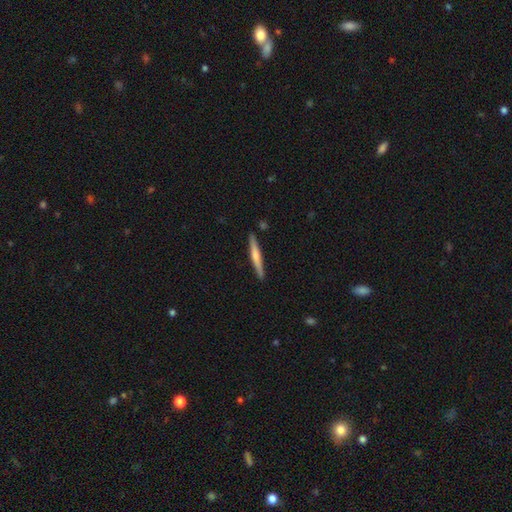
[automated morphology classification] This is possibly a smooth galaxy (49%). Merging: clearly none (89%).